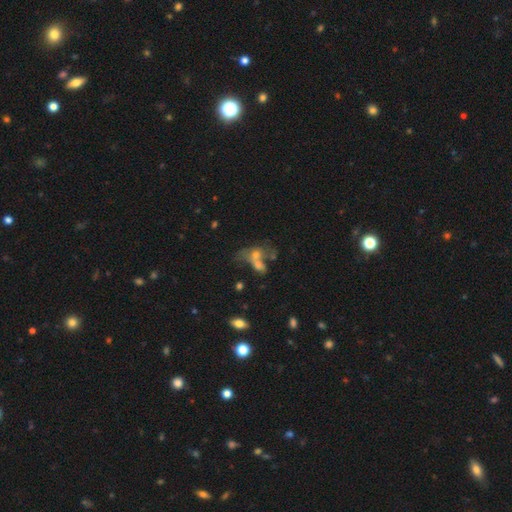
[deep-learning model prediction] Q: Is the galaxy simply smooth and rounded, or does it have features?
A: smooth — 42%.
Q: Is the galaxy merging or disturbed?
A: merger — 51%.